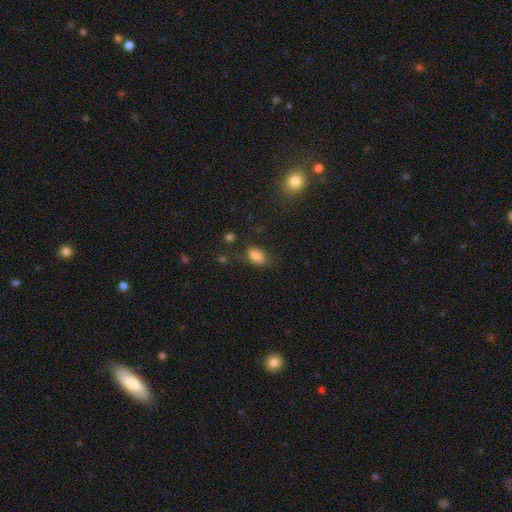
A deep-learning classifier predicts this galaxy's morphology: smooth_or_featured: smooth (p=0.81) [alt: star or artifact p=0.10]
how_rounded: in between (p=0.88) [alt: round p=0.07]
merging: none (p=0.64) [alt: minor disturbance p=0.23]